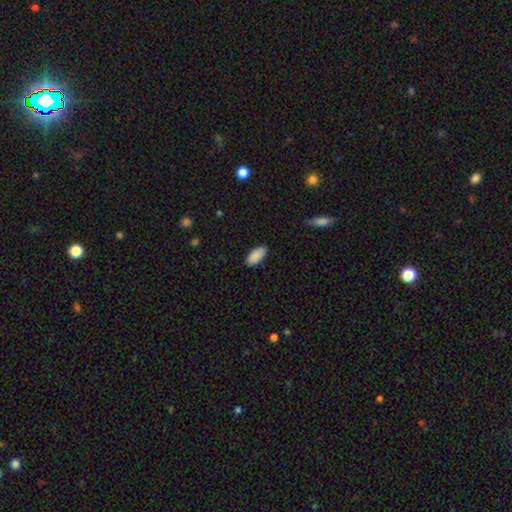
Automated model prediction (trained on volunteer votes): A smooth galaxy with no disk features (89%) that is in between round and cigar-shaped (91%).

Vote fractions:
- Smooth or featured? smooth: 89% / star or artifact: 6% / featured or disk: 4%
- How rounded? in between: 91% / cigar-shaped: 7% / round: 2%
- Merging? none: 87% / minor disturbance: 10% / major disturbance: 2% / merger: 1%